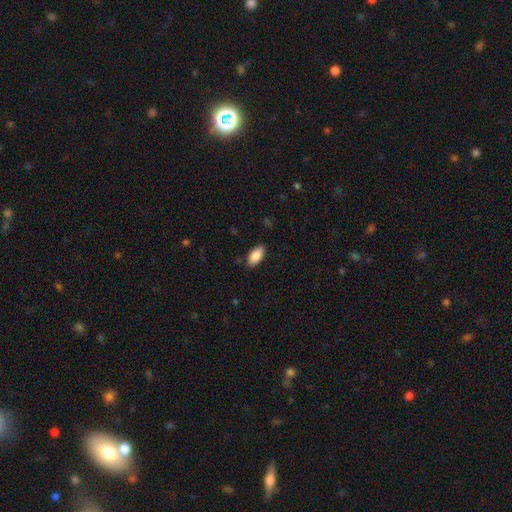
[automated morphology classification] Q: Smooth or featured?
A: smooth (88%); runner-up: star or artifact (6%)
Q: How rounded?
A: in between (92%); runner-up: cigar-shaped (6%)
Q: Merging?
A: none (85%); runner-up: minor disturbance (11%)